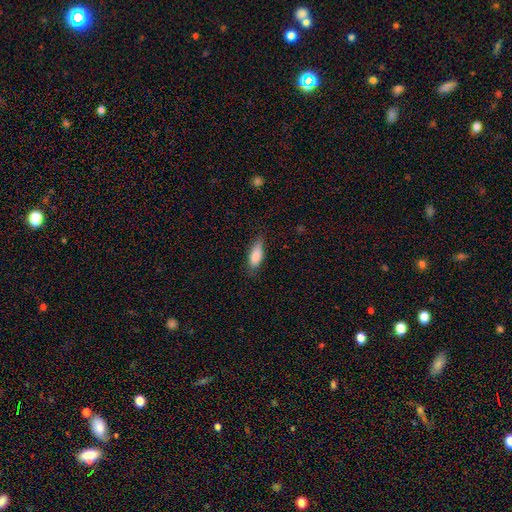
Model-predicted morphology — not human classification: The model was most divided on "how rounded": in between: 71%, cigar-shaped: 27%, round: 2%. More confident: smooth or featured — smooth (83%); merging — none (73%).